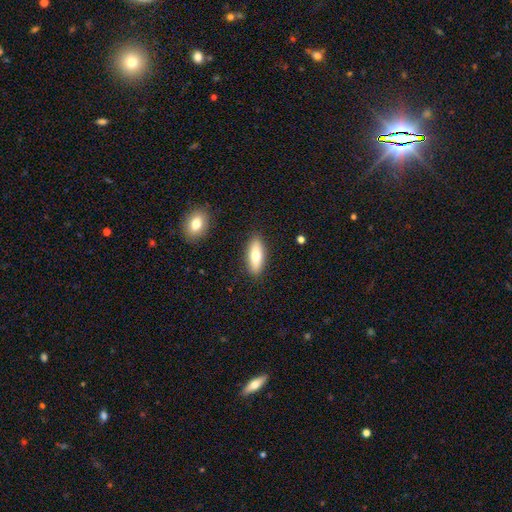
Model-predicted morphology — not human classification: Smooth or featured?
  - smooth: 72% *
  - featured or disk: 21%
  - star or artifact: 6%
How rounded?
  - in between: 68% *
  - cigar-shaped: 29%
  - round: 2%
Merging?
  - none: 87% *
  - minor disturbance: 9%
  - major disturbance: 2%
  - merger: 2%